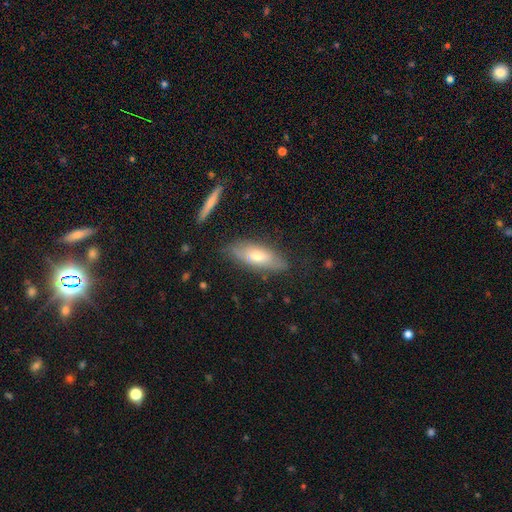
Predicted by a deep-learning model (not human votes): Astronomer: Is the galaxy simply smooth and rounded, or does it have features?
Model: smooth — 58% (runner-up: featured or disk, 35%).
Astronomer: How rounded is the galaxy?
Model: in between — 62%.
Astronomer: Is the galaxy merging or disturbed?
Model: none — 81%.